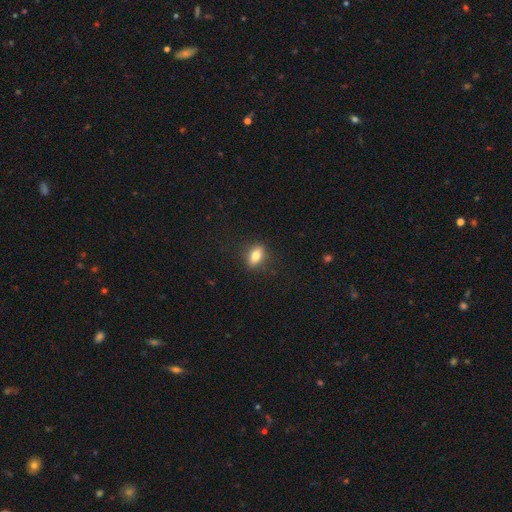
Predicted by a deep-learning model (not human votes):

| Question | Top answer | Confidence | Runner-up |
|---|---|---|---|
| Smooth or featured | smooth | 75% | featured or disk (16%) |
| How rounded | in between | 77% | round (13%) |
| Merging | none | 85% | minor disturbance (11%) |